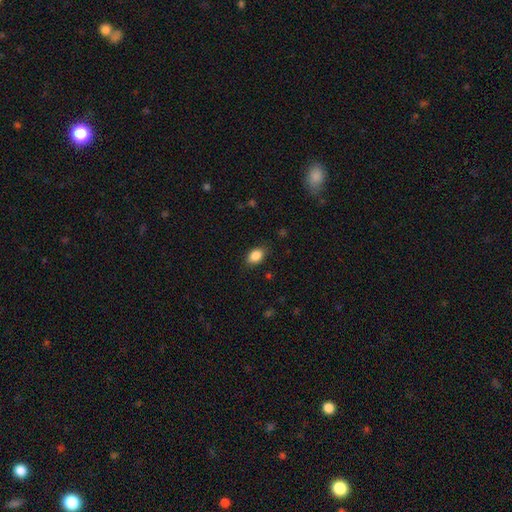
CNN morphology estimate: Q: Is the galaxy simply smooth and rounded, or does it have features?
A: smooth — 87%.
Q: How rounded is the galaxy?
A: in between — 83%.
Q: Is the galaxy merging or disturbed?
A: none — 85%.